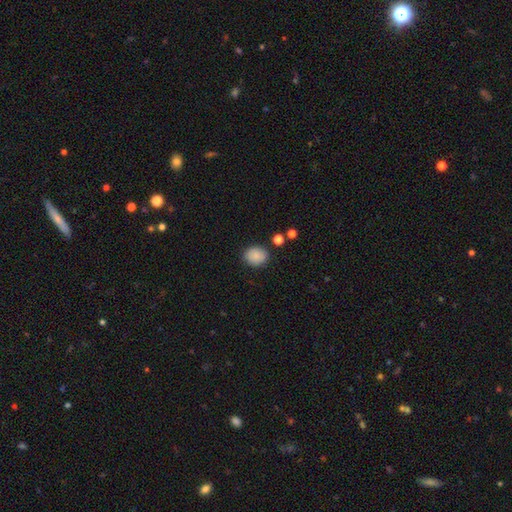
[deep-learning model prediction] A smooth galaxy with no disk features (86%) that is round (61%).

Vote fractions:
- Smooth or featured? smooth: 86% / star or artifact: 9% / featured or disk: 5%
- How rounded? round: 61% / in between: 38% / cigar-shaped: 1%
- Merging? none: 85% / minor disturbance: 10% / major disturbance: 3% / merger: 2%